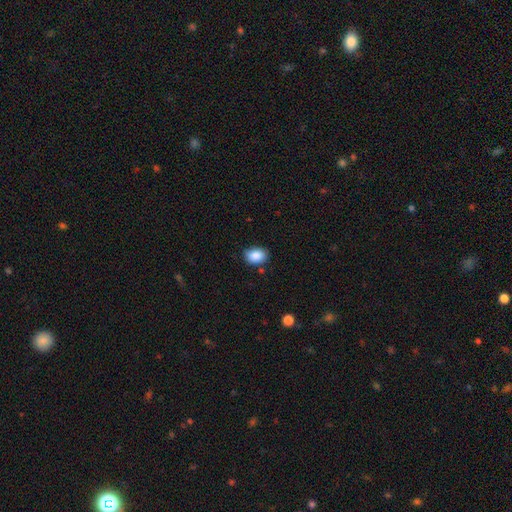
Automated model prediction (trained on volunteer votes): Smooth or featured: smooth — 88% (star or artifact — 8%)
How rounded: in between — 72% (round — 27%)
Merging: none — 80% (minor disturbance — 15%)